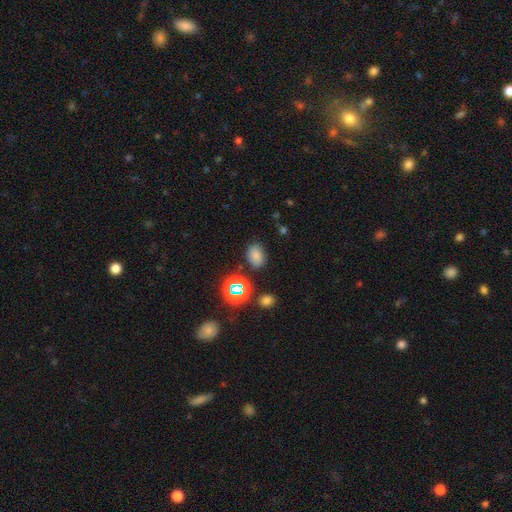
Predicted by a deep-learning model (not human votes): Smooth or featured? Predicted: smooth (p=0.74). How rounded? Predicted: in between (p=0.74). Merging? Predicted: none (p=0.81).